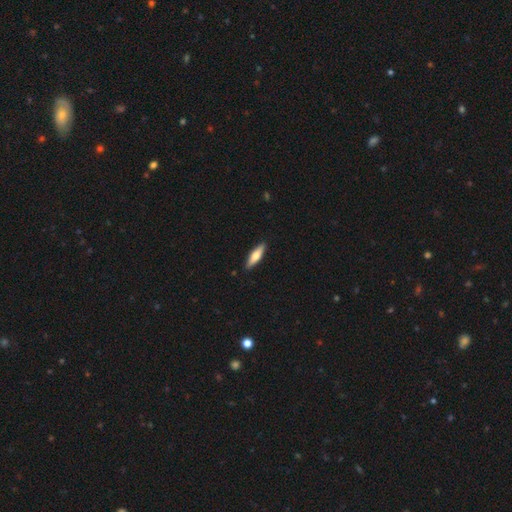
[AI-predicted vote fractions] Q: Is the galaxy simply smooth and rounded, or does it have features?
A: smooth — 60%.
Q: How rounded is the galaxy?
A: cigar-shaped — 66%.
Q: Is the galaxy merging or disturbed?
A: none — 90%.